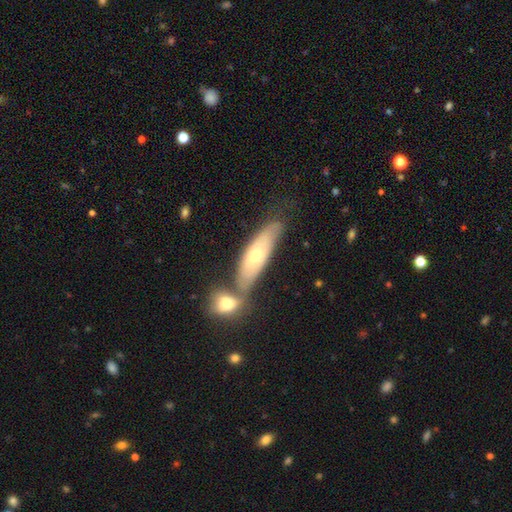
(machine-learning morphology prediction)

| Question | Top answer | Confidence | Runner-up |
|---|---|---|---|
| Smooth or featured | smooth | 51% | featured or disk (43%) |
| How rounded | in between | 51% | cigar-shaped (46%) |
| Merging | none | 47% | merger (33%) |